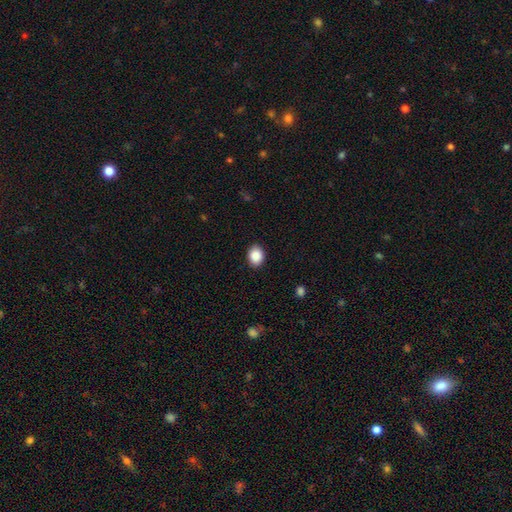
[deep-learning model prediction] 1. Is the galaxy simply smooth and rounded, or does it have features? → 89% smooth, 8% star or artifact, 3% featured or disk.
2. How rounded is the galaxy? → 51% in between, 48% round, 1% cigar-shaped.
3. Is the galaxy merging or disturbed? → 89% none, 8% minor disturbance, 2% major disturbance, 1% merger.